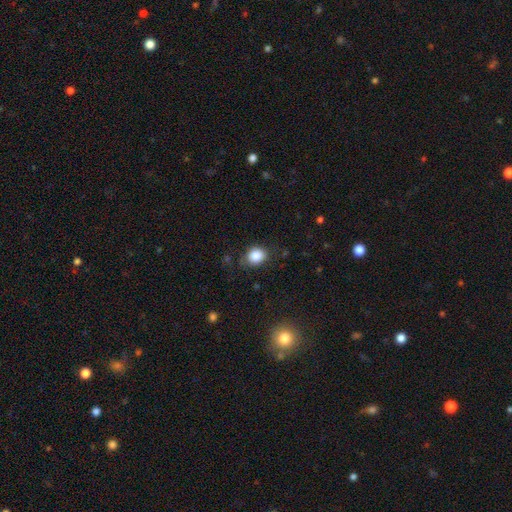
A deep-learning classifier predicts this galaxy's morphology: This appears to be a smooth galaxy with no disk features (85%) that is round (59%). Merging: none (76%).